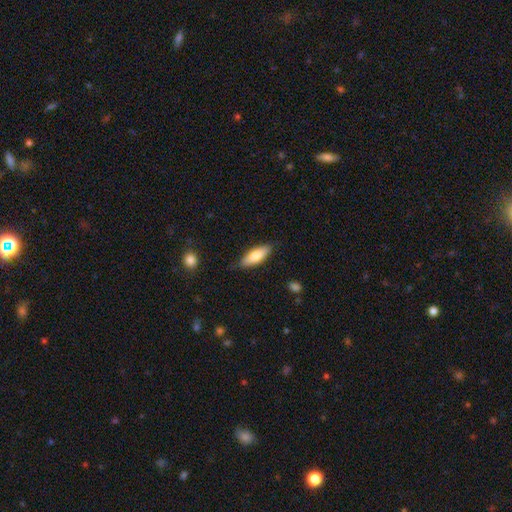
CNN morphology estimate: Smooth or featured? Predicted: smooth (p=0.71). How rounded? Predicted: in between (p=0.61). Merging? Predicted: none (p=0.82).